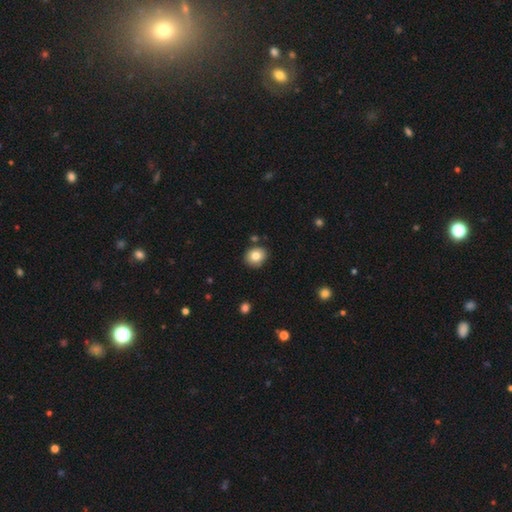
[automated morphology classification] Smooth or featured: smooth — 81% (featured or disk — 10%)
How rounded: round — 72% (in between — 27%)
Merging: none — 85% (minor disturbance — 9%)